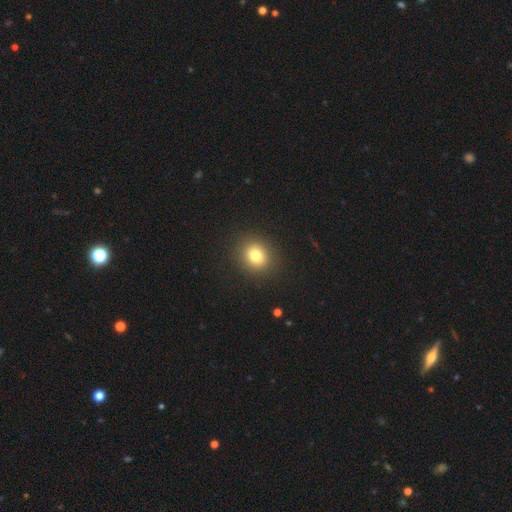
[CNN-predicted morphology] Overall: smooth (79%). How rounded: round (79%). Merging: none (90%).